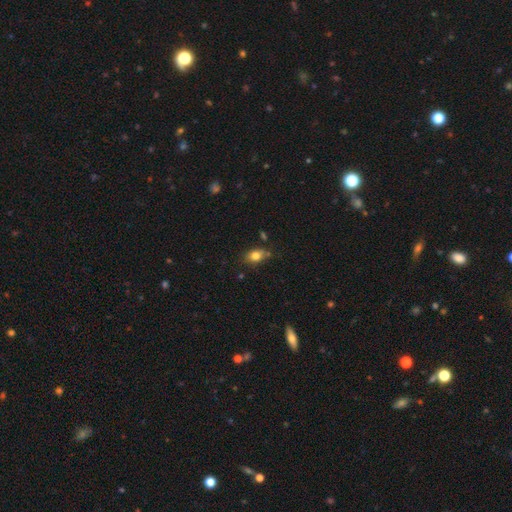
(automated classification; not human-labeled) This is clearly a smooth galaxy (81%). How rounded: likely in between (75%). Merging: likely none (72%).